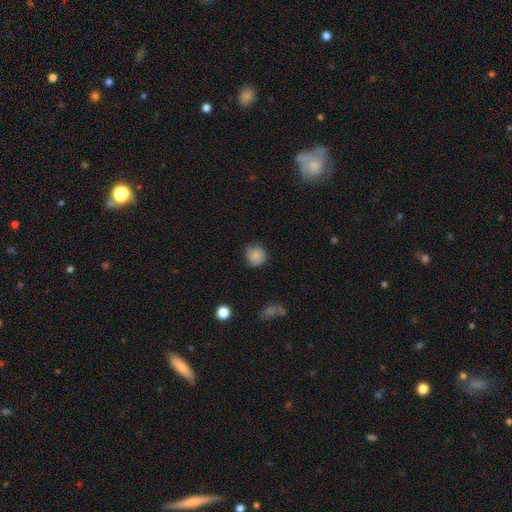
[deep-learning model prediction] The model was most divided on "merging": none: 77%, minor disturbance: 18%, major disturbance: 4%, merger: 1%. More confident: how rounded — round (90%); smooth or featured — smooth (83%).